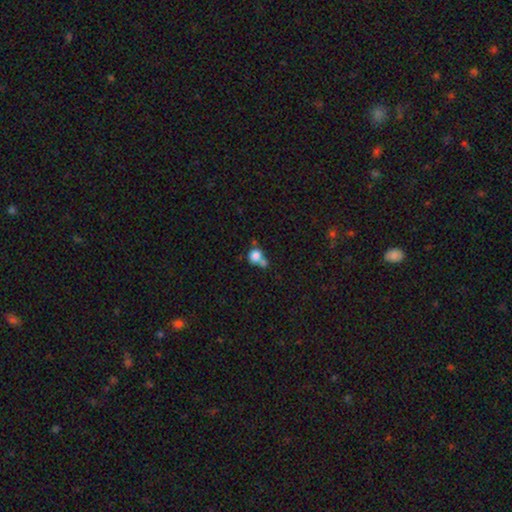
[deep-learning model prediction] Smooth or featured? Predicted: smooth (p=0.80). How rounded? Predicted: round (p=0.80). Merging? Predicted: merger (p=0.48).